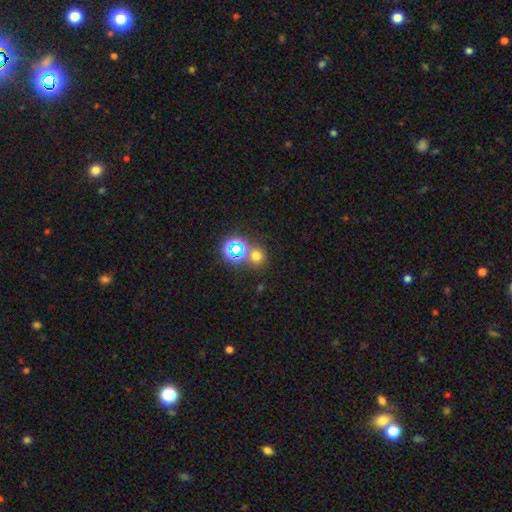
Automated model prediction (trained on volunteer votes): This appears to be a smooth galaxy with no disk features (59%) that is round (86%). Merging: none (70%).